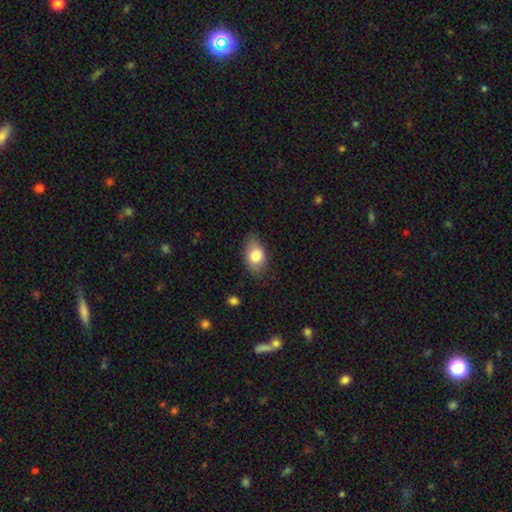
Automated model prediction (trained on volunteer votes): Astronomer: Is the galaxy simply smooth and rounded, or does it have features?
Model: smooth — 79%.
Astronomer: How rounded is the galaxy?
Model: in between — 85%.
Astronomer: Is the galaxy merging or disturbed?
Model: none — 70%.